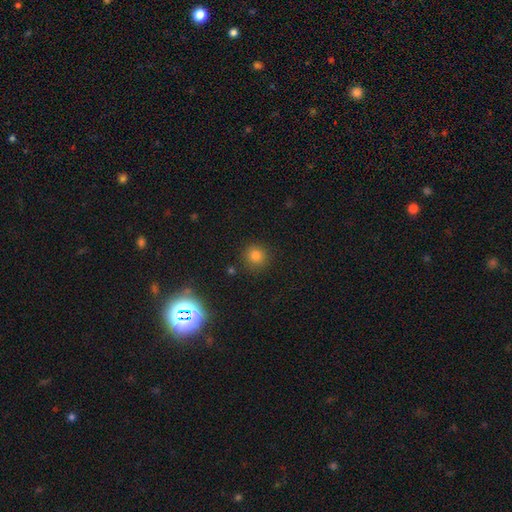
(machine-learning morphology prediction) smooth-or-featured: smooth: 80% | star or artifact: 15% | featured or disk: 6%
  how-rounded: round: 91% | in between: 8% | cigar-shaped: 1%
  merging: none: 87% | minor disturbance: 8% | major disturbance: 3% | merger: 2%